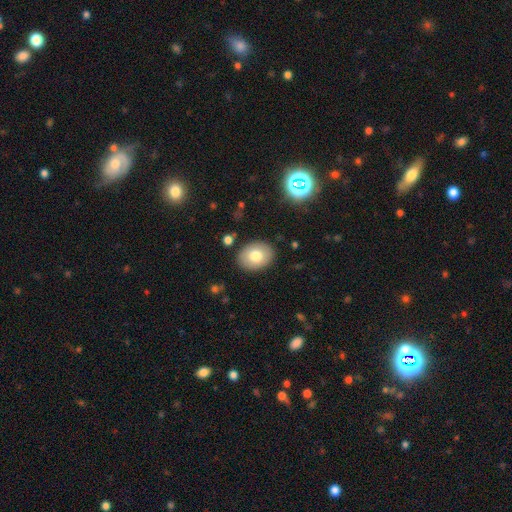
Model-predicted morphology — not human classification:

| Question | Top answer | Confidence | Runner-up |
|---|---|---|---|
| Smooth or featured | smooth | 76% | featured or disk (16%) |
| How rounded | in between | 65% | round (34%) |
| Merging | none | 87% | minor disturbance (9%) |